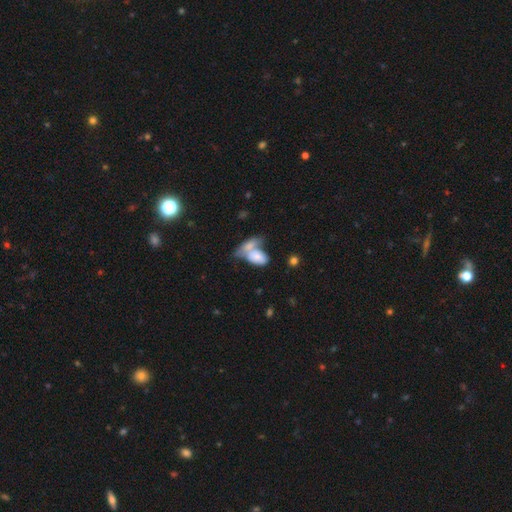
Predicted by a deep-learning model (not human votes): Smooth or featured: smooth — 74% (featured or disk — 19%)
How rounded: in between — 88% (round — 8%)
Merging: merger — 61% (none — 20%)